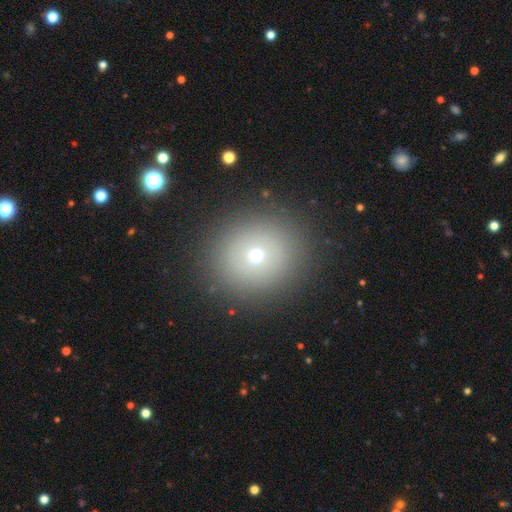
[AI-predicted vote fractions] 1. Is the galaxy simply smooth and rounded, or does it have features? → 65% smooth, 18% star or artifact, 16% featured or disk.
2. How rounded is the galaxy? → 87% round, 12% in between, 1% cigar-shaped.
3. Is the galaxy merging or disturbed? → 88% none, 7% minor disturbance, 3% major disturbance, 1% merger.